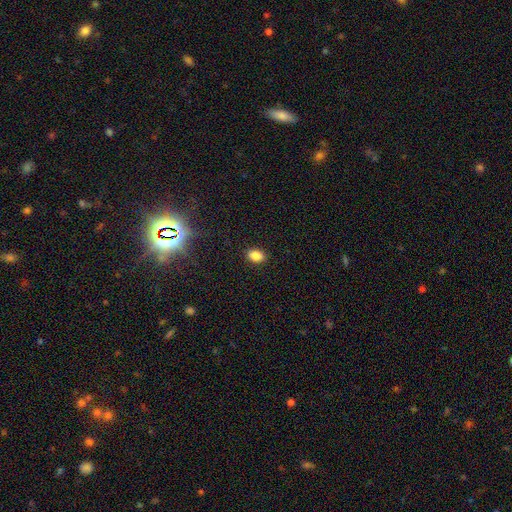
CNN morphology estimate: A smooth galaxy with no disk features (85%) that is in between round and cigar-shaped (84%). Merging: none (89%).